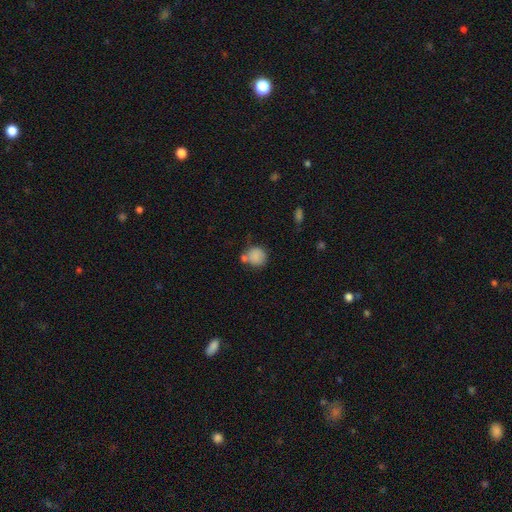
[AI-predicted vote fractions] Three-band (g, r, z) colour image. It shows a smooth galaxy with no disk features (83%) that is round (82%). Merging: none (54%).